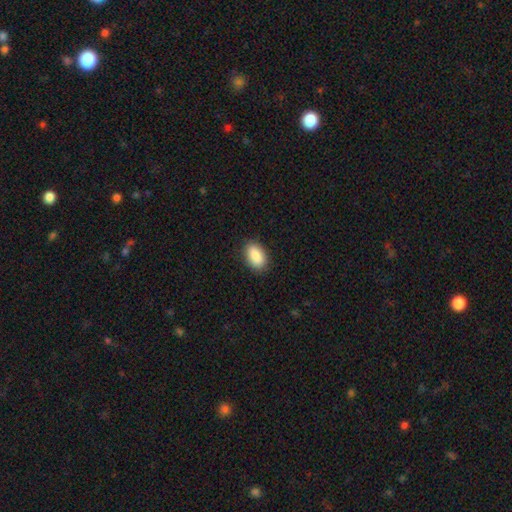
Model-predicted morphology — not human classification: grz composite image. It shows a smooth galaxy with no disk features (89%) that is in between round and cigar-shaped (92%). Merging: none (88%).